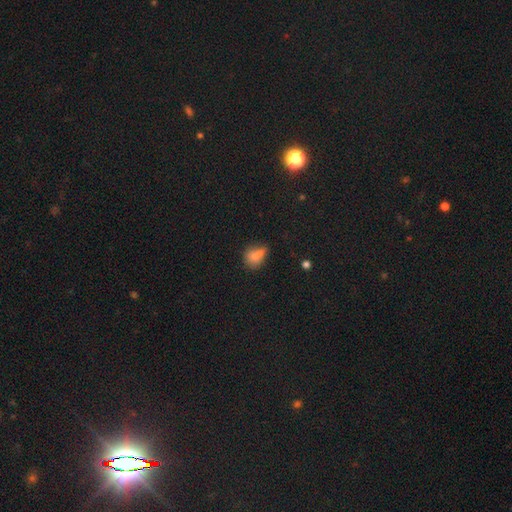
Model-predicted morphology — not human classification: smooth_or_featured: smooth (p=0.77) [alt: star or artifact p=0.12]
how_rounded: in between (p=0.53) [alt: round p=0.44]
merging: none (p=0.39) [alt: merger p=0.28]